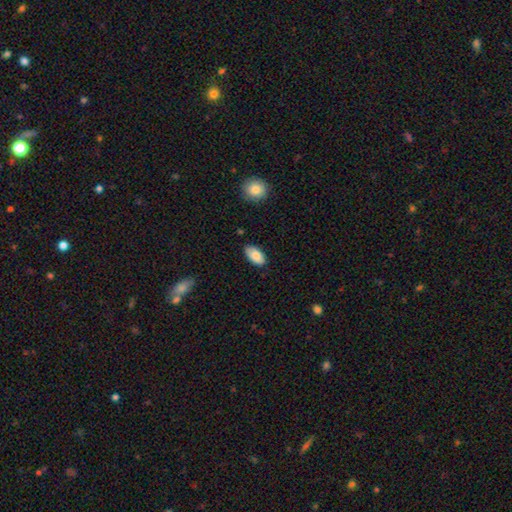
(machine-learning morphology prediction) Overall: smooth (86%). How rounded: in between (95%). Merging: none (83%).